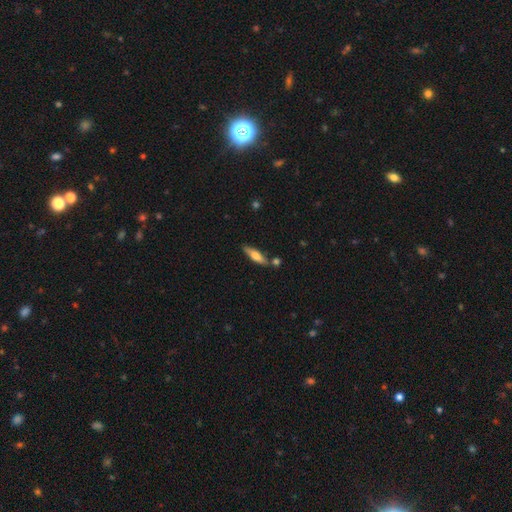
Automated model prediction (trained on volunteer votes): smooth_or_featured: smooth (p=0.60) [alt: featured or disk p=0.34]
how_rounded: cigar-shaped (p=0.66) [alt: in between p=0.33]
merging: none (p=0.76) [alt: minor disturbance p=0.13]